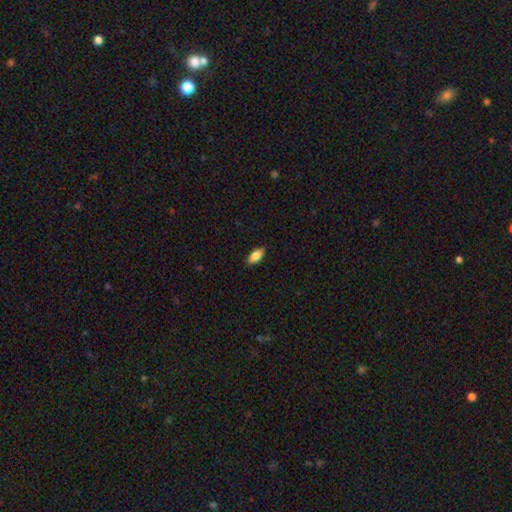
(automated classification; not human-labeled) Smooth or featured?
  - smooth: 82% *
  - featured or disk: 11%
  - star or artifact: 7%
How rounded?
  - in between: 87% *
  - cigar-shaped: 11%
  - round: 3%
Merging?
  - none: 88% *
  - minor disturbance: 9%
  - major disturbance: 2%
  - merger: 1%